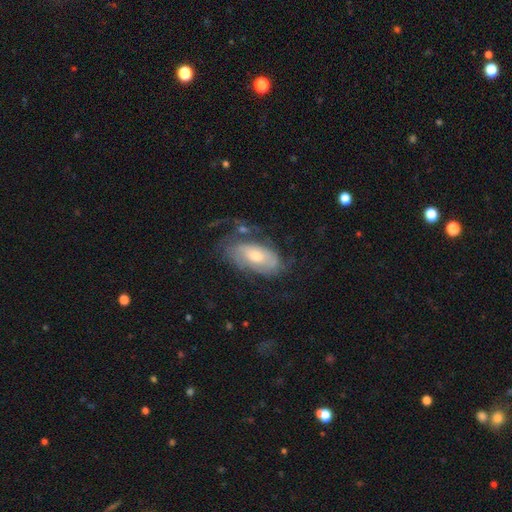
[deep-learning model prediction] Smooth or featured: featured or disk — 67% (smooth — 26%)
Edge-on disk: no — 91% (yes — 9%)
Bar: no — 64% (weak — 29%)
Spiral arms: yes — 79% (no — 21%)
Bulge size: moderate — 60% (small — 28%)
Merging: none — 50% (minor disturbance — 24%)